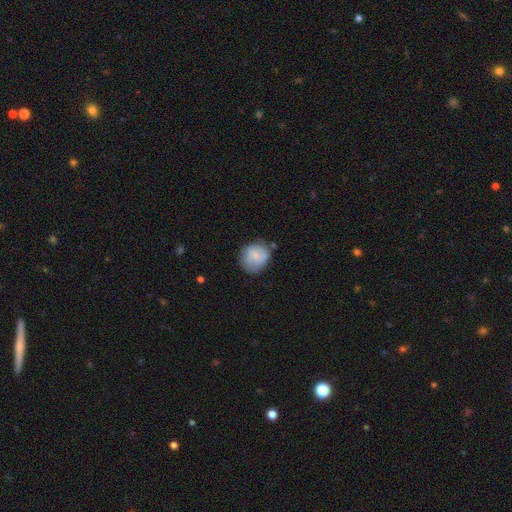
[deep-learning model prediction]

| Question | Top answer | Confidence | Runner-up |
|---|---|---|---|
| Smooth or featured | smooth | 67% | featured or disk (26%) |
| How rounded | round | 79% | in between (20%) |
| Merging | none | 63% | minor disturbance (24%) |